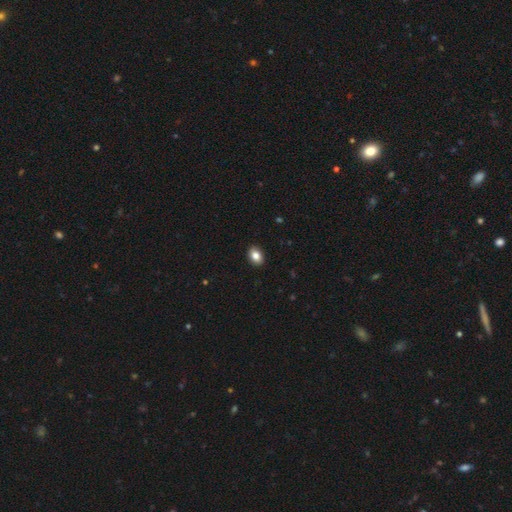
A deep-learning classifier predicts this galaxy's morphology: This is clearly a smooth galaxy (85%). How rounded: likely in between (80%). Merging: clearly none (91%).